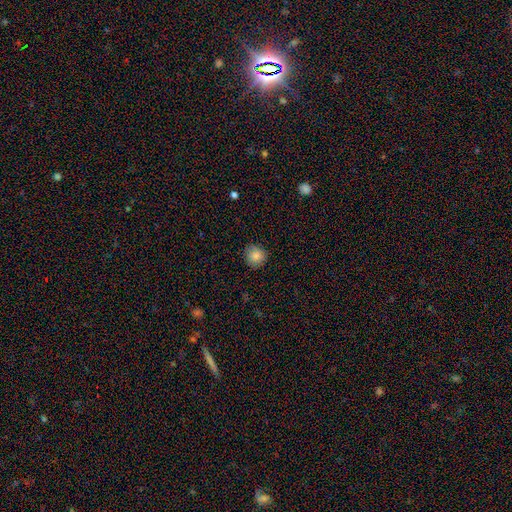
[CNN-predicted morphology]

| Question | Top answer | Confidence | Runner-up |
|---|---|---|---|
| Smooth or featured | smooth | 83% | star or artifact (9%) |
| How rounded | round | 90% | in between (9%) |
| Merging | none | 86% | minor disturbance (11%) |